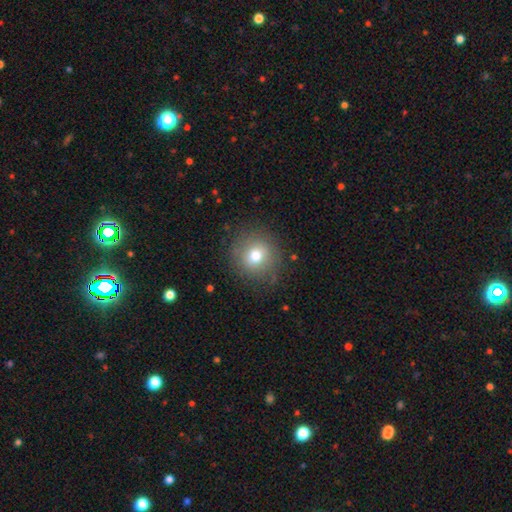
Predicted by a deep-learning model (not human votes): smooth_or_featured: smooth (p=0.75) [alt: featured or disk p=0.13]
how_rounded: round (p=0.91) [alt: in between p=0.08]
merging: none (p=0.85) [alt: minor disturbance p=0.10]